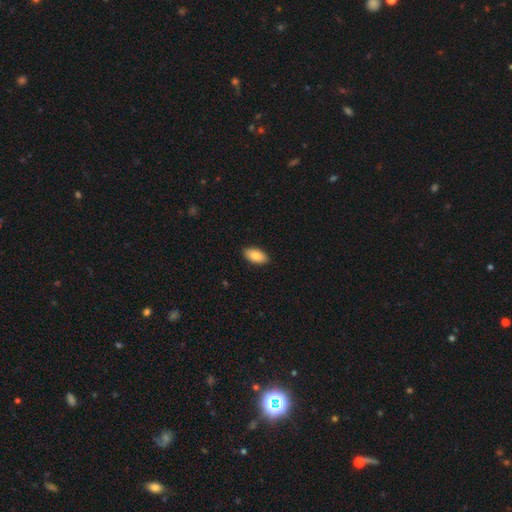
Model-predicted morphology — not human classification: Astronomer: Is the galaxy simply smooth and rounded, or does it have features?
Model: smooth — 87%.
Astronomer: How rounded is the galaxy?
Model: in between — 93%.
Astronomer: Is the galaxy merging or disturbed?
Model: none — 89%.